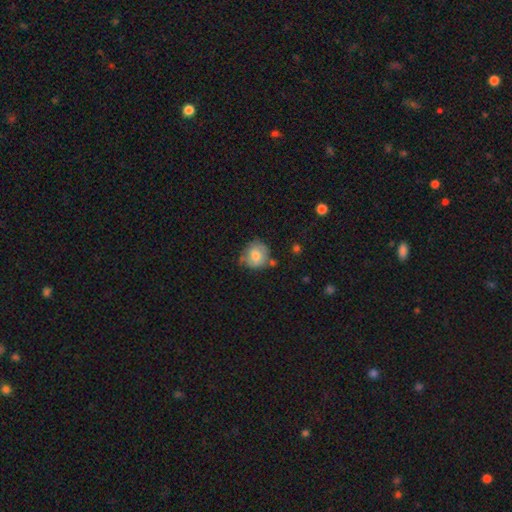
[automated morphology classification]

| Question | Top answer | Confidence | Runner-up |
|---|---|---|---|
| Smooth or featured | smooth | 67% | featured or disk (25%) |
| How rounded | round | 82% | in between (17%) |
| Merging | none | 57% | minor disturbance (28%) |